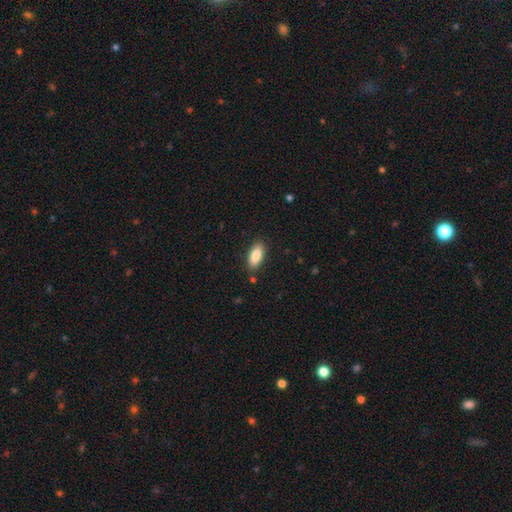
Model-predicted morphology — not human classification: type=smooth (86%); roundness=in between (84%); merging=none (86%).